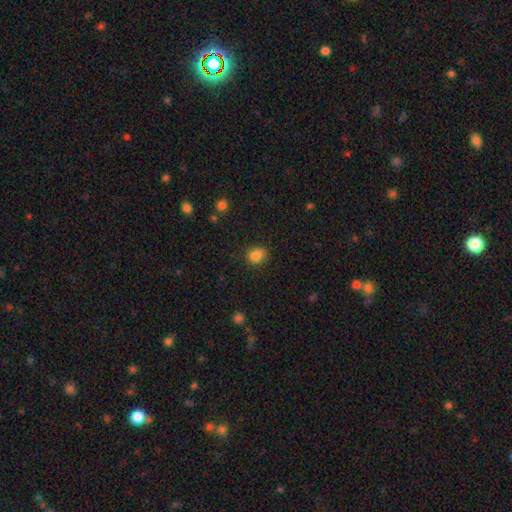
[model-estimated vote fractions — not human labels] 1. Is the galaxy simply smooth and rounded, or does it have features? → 83% smooth, 12% star or artifact, 5% featured or disk.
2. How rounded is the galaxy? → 57% round, 42% in between, 1% cigar-shaped.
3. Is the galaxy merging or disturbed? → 74% none, 18% minor disturbance, 4% major disturbance, 4% merger.